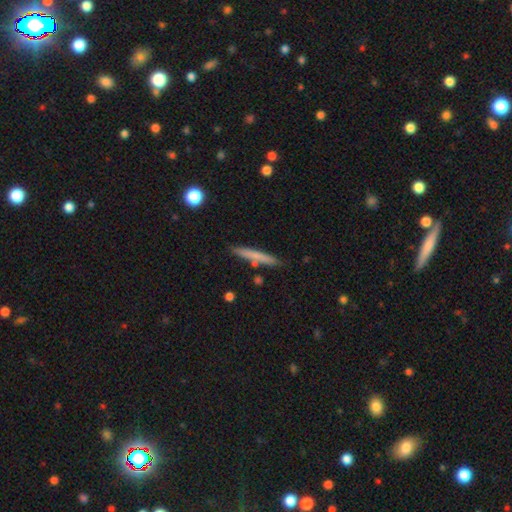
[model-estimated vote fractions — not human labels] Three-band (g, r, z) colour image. It shows a smooth galaxy with no disk features (67%) that is cigar-shaped (95%). Merging: none (84%).